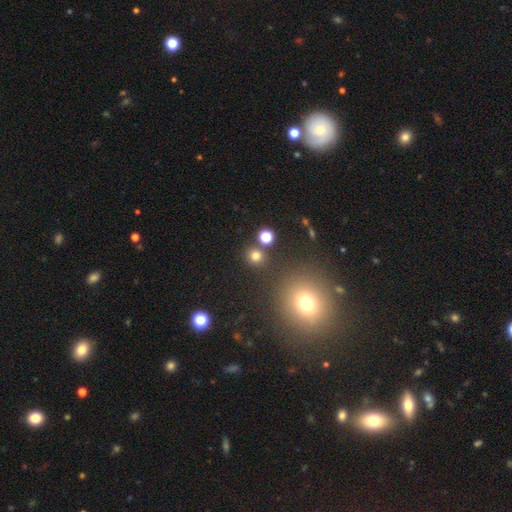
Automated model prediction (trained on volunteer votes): smooth 76%, star or artifact 17%, featured or disk 6%. Down the decision tree: how rounded — round (88%); merging — none (81%).